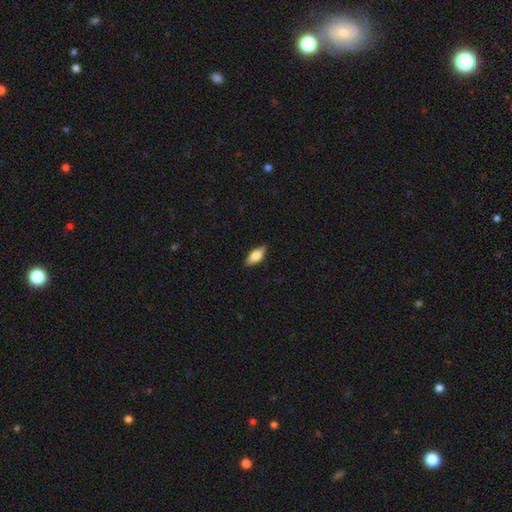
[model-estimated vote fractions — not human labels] This is likely a smooth galaxy (61%). How rounded: likely in between (74%). Merging: clearly none (89%).